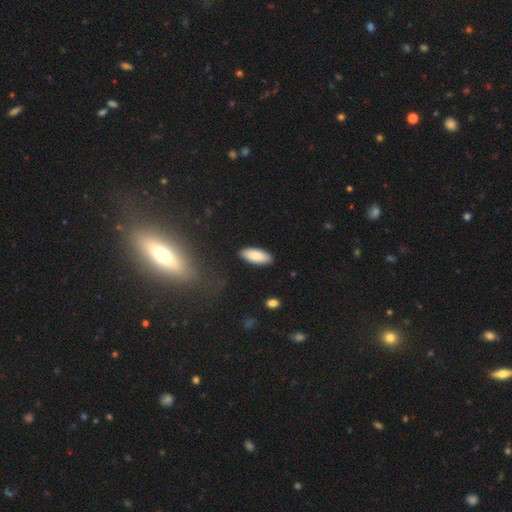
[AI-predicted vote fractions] This is clearly a smooth galaxy (87%). How rounded: clearly in between (80%). Merging: clearly none (89%).